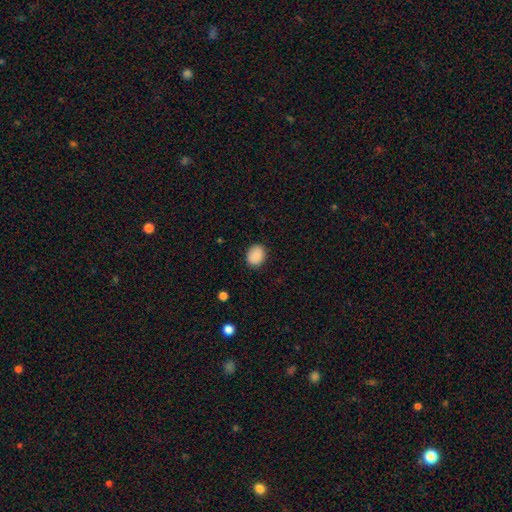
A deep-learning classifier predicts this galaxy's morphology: A smooth galaxy with no disk features (89%) that is round (50%). Merging: none (87%).